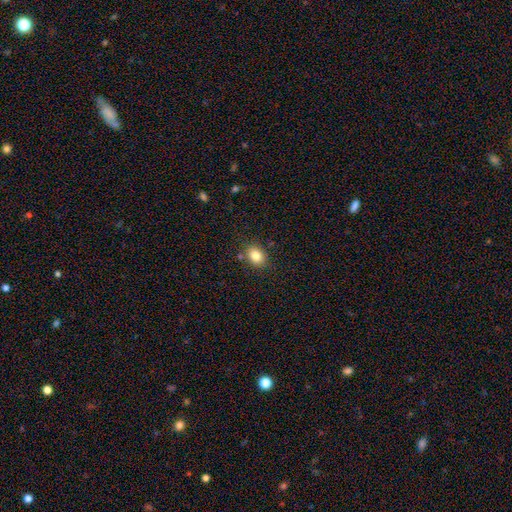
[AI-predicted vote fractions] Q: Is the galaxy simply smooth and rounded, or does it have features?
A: smooth — 83%.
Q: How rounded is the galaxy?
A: in between — 55%.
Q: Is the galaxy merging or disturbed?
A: none — 82%.